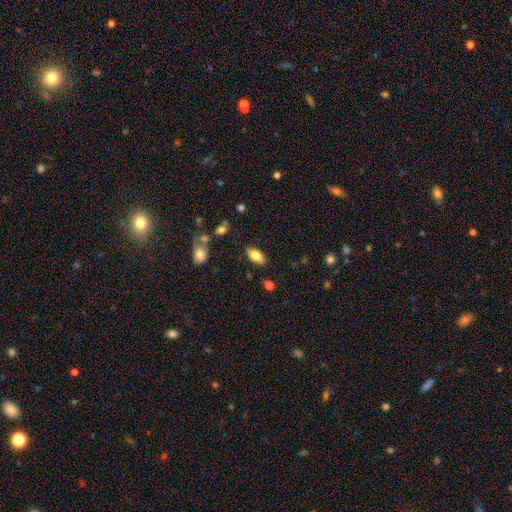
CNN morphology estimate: smooth 78%, featured or disk 14%, star or artifact 7%. Down the decision tree: how rounded — in between (90%); merging — none (85%).